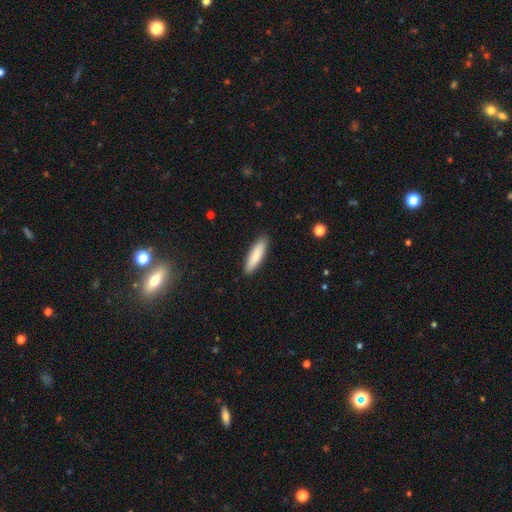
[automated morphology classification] smooth_or_featured: smooth (p=0.84) [alt: featured or disk p=0.11]
how_rounded: cigar-shaped (p=0.65) [alt: in between p=0.34]
merging: none (p=0.89) [alt: minor disturbance p=0.08]